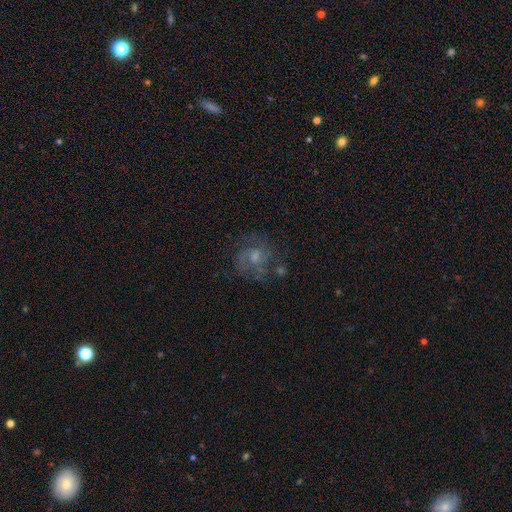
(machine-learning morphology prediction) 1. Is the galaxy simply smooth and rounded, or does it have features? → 65% featured or disk, 22% smooth, 13% star or artifact.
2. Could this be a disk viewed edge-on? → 98% no, 2% yes.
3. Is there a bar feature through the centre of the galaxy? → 61% no, 35% weak, 5% strong.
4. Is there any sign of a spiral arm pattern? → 83% yes, 17% no.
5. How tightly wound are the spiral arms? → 48% medium, 32% tight, 20% loose.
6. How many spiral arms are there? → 45% 2, 27% can't tell, 13% 3, 7% 1, 4% 4, 3% more than 4.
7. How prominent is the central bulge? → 45% moderate, 38% small, 10% none, 5% large, 1% dominant.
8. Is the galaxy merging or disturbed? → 63% none, 19% minor disturbance, 14% major disturbance, 4% merger.